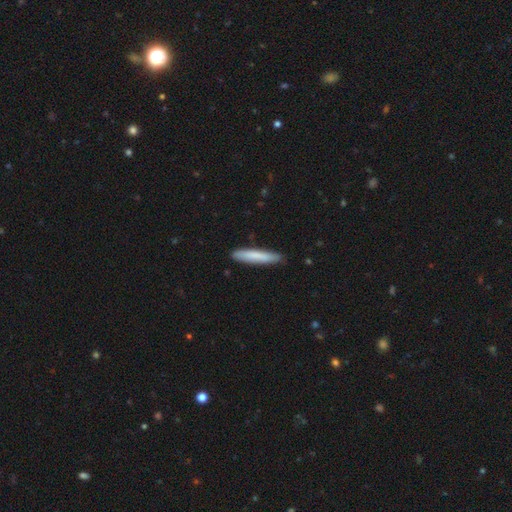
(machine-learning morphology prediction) This is likely a smooth galaxy (79%). How rounded: clearly cigar-shaped (92%). Merging: clearly none (87%).